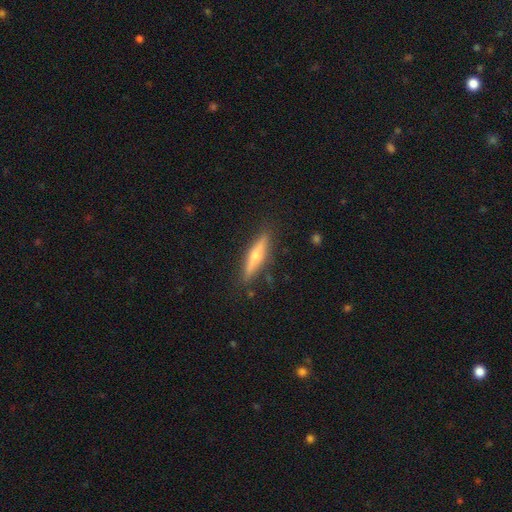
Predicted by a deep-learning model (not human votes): Smooth or featured? featured or disk (63%)
Edge-on disk? yes (96%)
Edge-on bulge? rounded (90%)
Merging? none (88%)